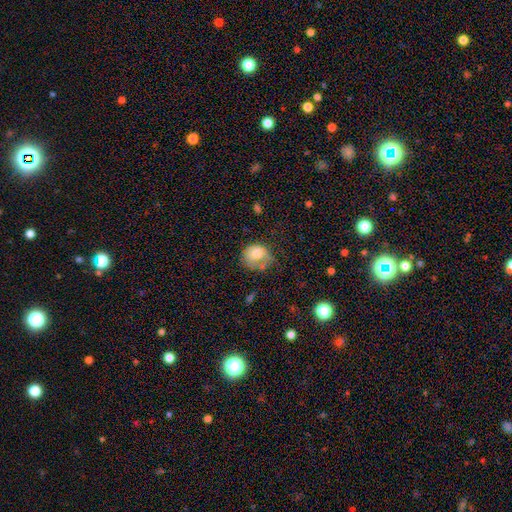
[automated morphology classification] The model was most divided on "merging": none: 37%, minor disturbance: 32%, major disturbance: 21%, merger: 10%. More confident: smooth or featured — smooth (73%); how rounded — round (66%).